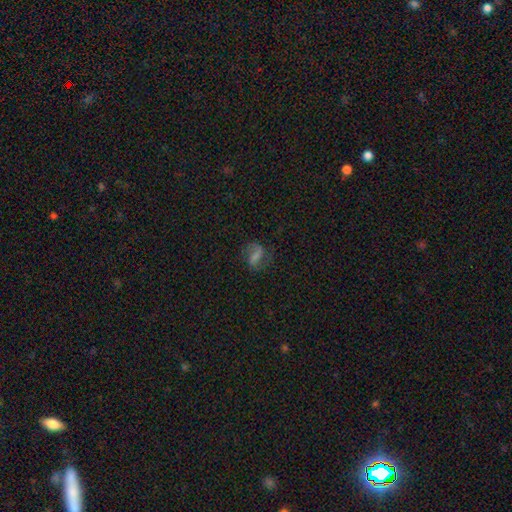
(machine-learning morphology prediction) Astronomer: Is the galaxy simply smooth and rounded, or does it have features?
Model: featured or disk — 57%.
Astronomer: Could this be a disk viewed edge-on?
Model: no — 94%.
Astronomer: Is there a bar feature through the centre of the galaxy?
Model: strong — 48% (runner-up: weak, 35%).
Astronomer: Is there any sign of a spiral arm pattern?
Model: yes — 85%.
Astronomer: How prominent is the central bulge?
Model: none — 42% (runner-up: small, 29%).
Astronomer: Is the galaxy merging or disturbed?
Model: none — 73%.